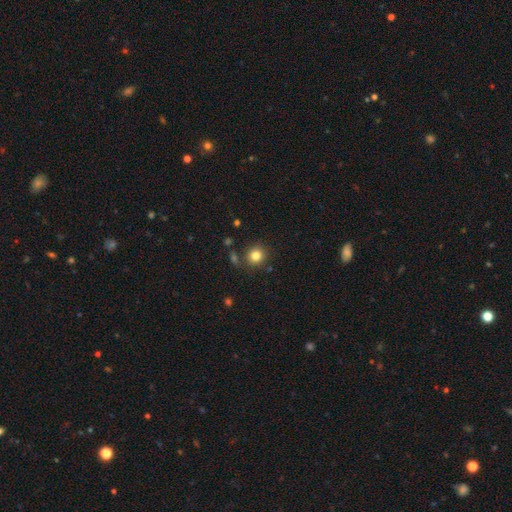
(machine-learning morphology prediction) Smooth or featured? Predicted: smooth (p=0.82). How rounded? Predicted: round (p=0.87). Merging? Predicted: none (p=0.83).